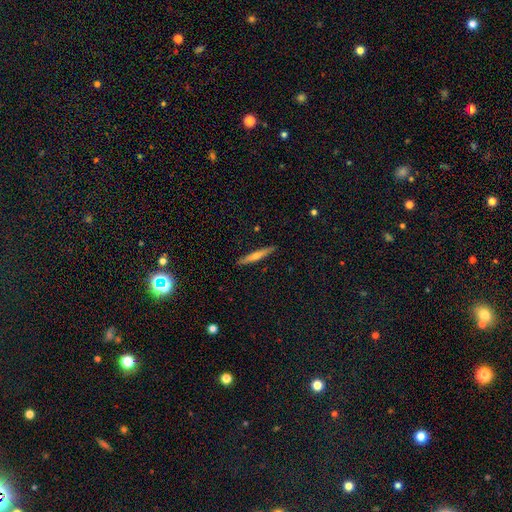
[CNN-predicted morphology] Q: Smooth or featured?
A: featured or disk (53%); runner-up: smooth (38%)
Q: Edge-on disk?
A: yes (96%); runner-up: no (4%)
Q: Edge-on bulge?
A: rounded (71%); runner-up: none (24%)
Q: Merging?
A: none (91%); runner-up: minor disturbance (7%)